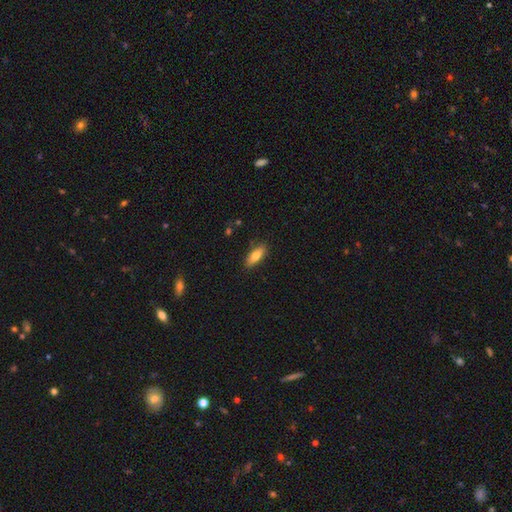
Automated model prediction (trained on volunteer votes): This is likely a smooth galaxy (72%). How rounded: likely in between (64%). Merging: clearly none (86%).